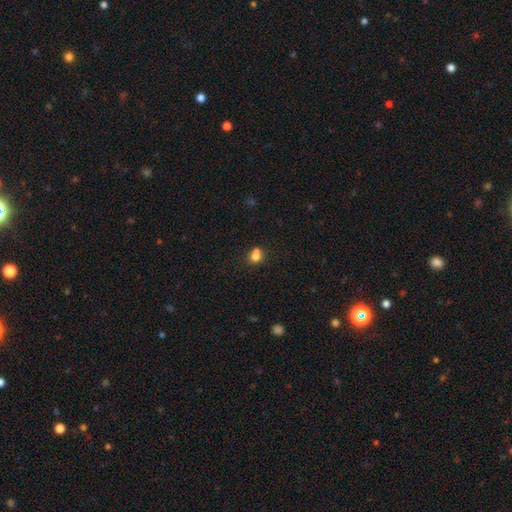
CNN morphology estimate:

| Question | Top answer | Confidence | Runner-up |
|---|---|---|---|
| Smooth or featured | smooth | 75% | star or artifact (13%) |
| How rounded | round | 66% | in between (33%) |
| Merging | merger | 44% | none (38%) |